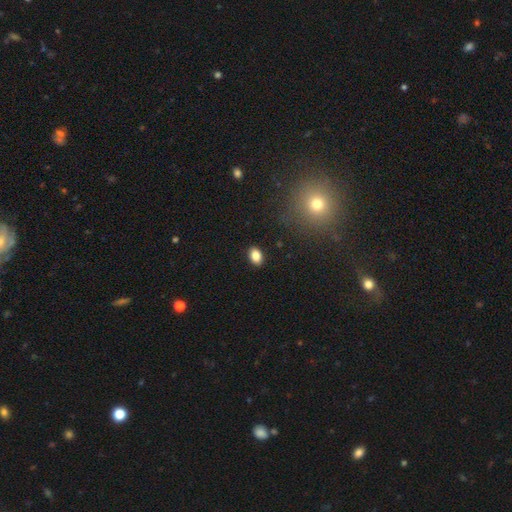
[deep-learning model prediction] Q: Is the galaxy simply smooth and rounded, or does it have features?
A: smooth — 84%.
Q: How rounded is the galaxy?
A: in between — 84%.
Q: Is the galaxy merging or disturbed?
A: none — 90%.